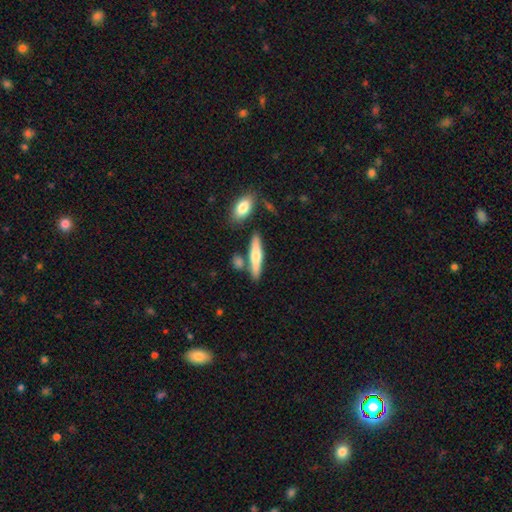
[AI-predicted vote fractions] Smooth or featured?
  - smooth: 60% *
  - featured or disk: 35%
  - star or artifact: 6%
How rounded?
  - cigar-shaped: 81% *
  - in between: 16%
  - round: 2%
Merging?
  - none: 76% *
  - minor disturbance: 11%
  - merger: 10%
  - major disturbance: 3%